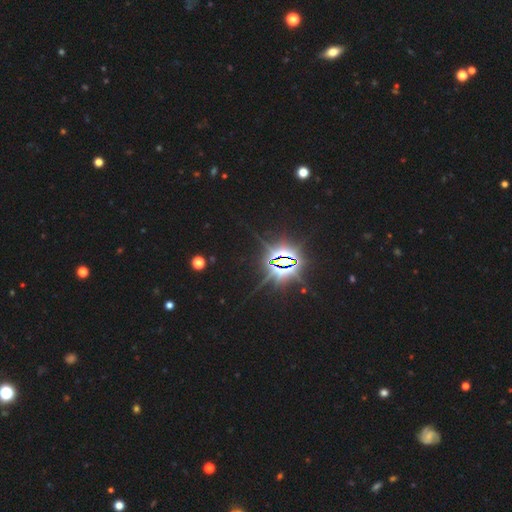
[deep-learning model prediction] Smooth or featured: star or artifact — 86% (smooth — 8%)